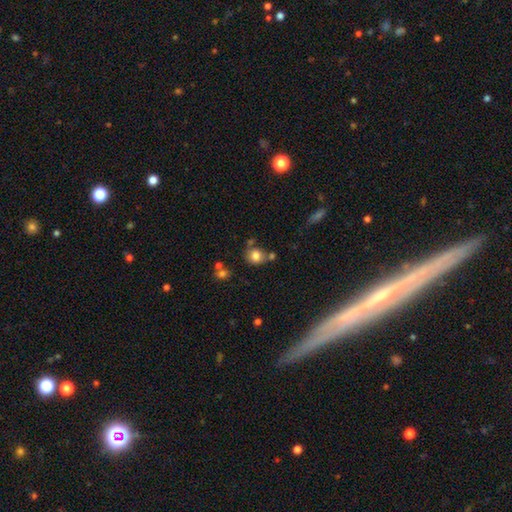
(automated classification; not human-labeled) Morphology: type=smooth (81%); roundness=round (74%); merging=none (60%).